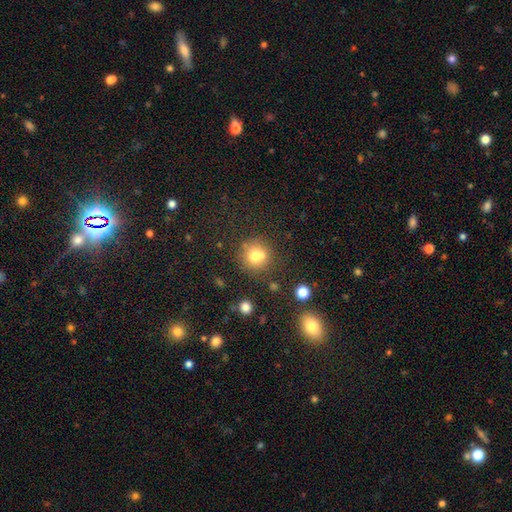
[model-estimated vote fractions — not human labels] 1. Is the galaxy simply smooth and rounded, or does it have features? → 73% smooth, 13% featured or disk, 13% star or artifact.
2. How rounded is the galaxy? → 90% round, 9% in between, 1% cigar-shaped.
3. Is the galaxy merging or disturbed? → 64% none, 20% merger, 12% minor disturbance, 4% major disturbance.